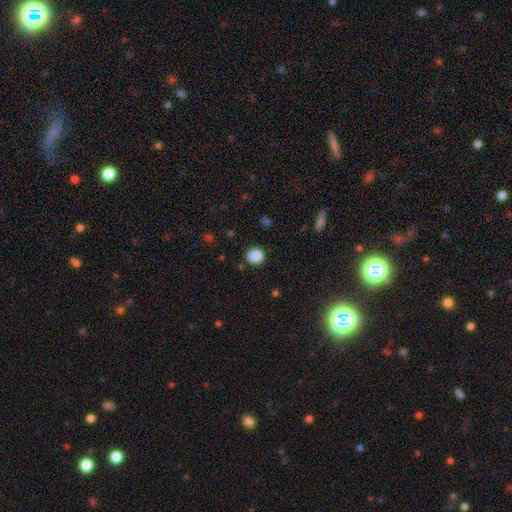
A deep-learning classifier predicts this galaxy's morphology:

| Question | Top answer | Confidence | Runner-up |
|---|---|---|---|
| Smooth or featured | smooth | 86% | star or artifact (10%) |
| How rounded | round | 79% | in between (20%) |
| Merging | none | 82% | minor disturbance (13%) |